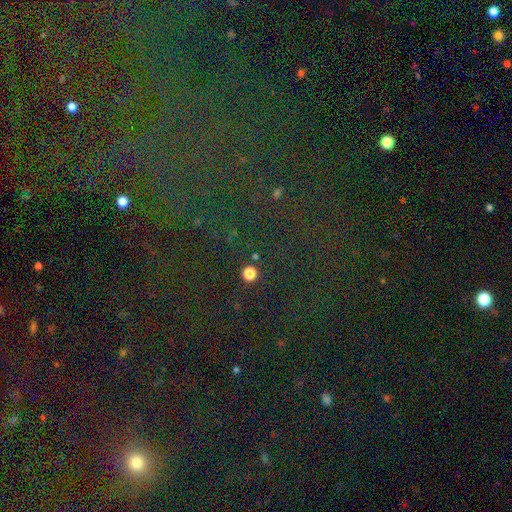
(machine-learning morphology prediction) Smooth or featured?
  - star or artifact: 77% *
  - smooth: 14%
  - featured or disk: 9%